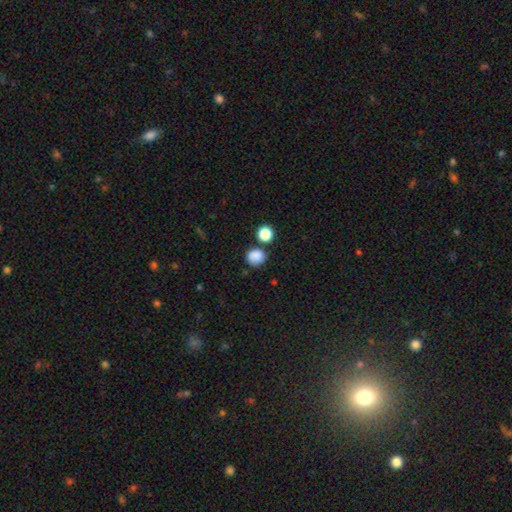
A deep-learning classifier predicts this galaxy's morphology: Smooth or featured: smooth — 85% (star or artifact — 11%)
How rounded: round — 80% (in between — 19%)
Merging: none — 76% (minor disturbance — 12%)